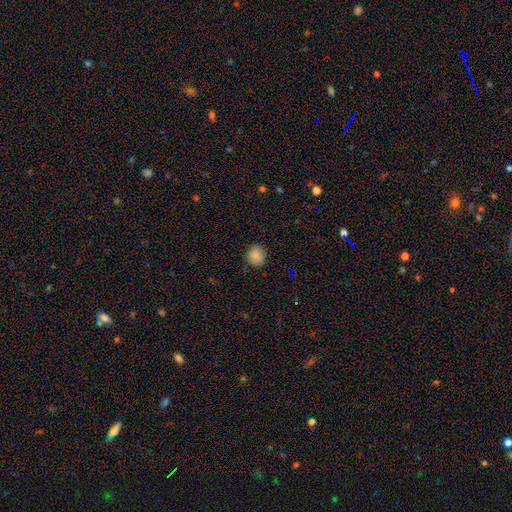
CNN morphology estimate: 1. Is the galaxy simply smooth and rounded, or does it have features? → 86% smooth, 10% star or artifact, 5% featured or disk.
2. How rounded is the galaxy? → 87% round, 12% in between, 1% cigar-shaped.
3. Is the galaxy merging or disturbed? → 86% none, 10% minor disturbance, 2% major disturbance, 1% merger.